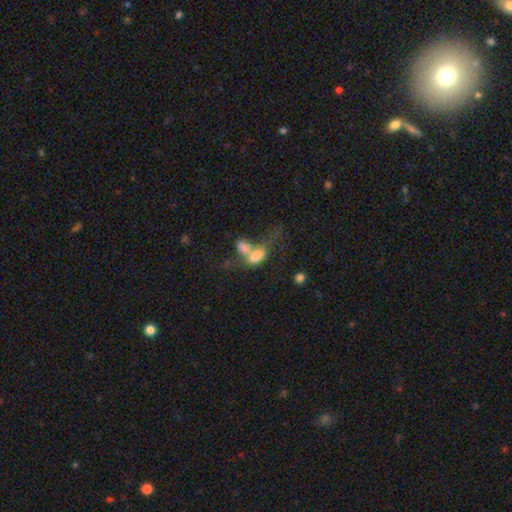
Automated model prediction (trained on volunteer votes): This is likely a smooth galaxy (66%). How rounded: clearly in between (82%). Merging: likely merger (70%).